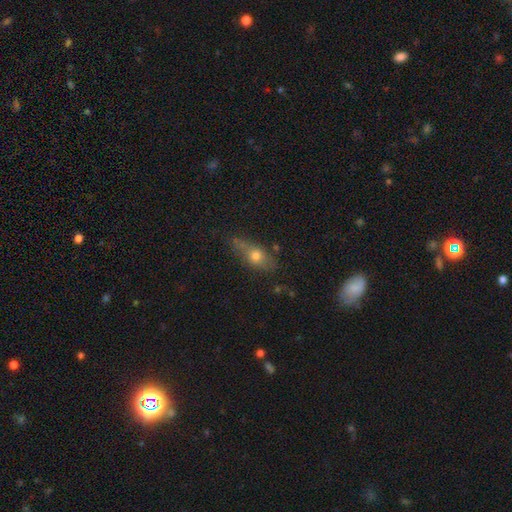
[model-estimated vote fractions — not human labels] Smooth or featured: smooth — 62% (featured or disk — 26%)
How rounded: in between — 65% (cigar-shaped — 21%)
Merging: none — 61% (minor disturbance — 24%)